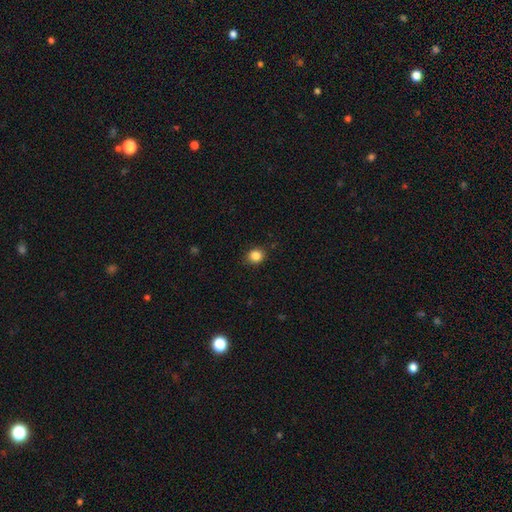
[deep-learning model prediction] A smooth galaxy with no disk features (84%) that is round (83%).

Vote fractions:
- Smooth or featured? smooth: 84% / star or artifact: 11% / featured or disk: 4%
- How rounded? round: 83% / in between: 16% / cigar-shaped: 1%
- Merging? none: 87% / minor disturbance: 10% / major disturbance: 2% / merger: 1%